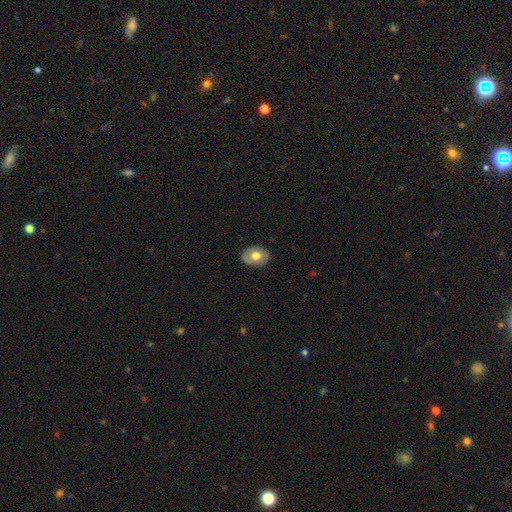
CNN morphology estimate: smooth 57%, featured or disk 36%, star or artifact 7%. Down the decision tree: how rounded — in between (68%); merging — none (83%).